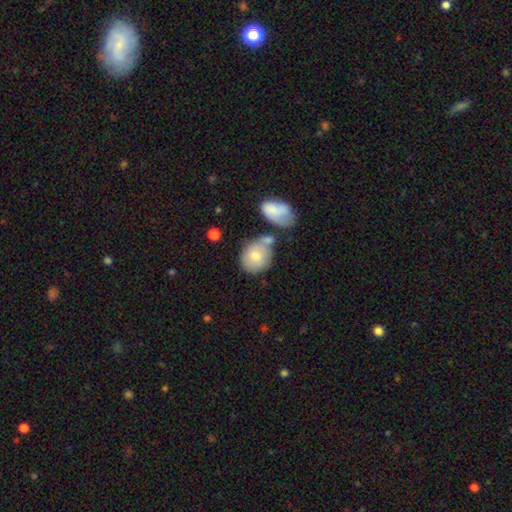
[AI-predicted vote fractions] A smooth galaxy with no disk features (75%) that is round (63%). Merging: none (45%).